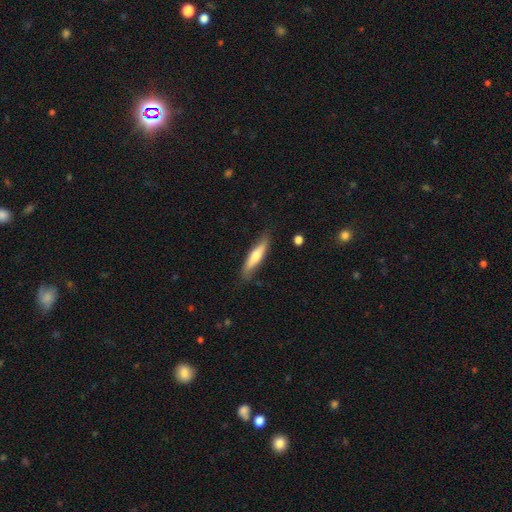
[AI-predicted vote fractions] smooth-or-featured: smooth: 58% | featured or disk: 37% | star or artifact: 5%
  how-rounded: cigar-shaped: 79% | in between: 20% | round: 2%
  merging: none: 79% | minor disturbance: 16% | major disturbance: 3% | merger: 2%